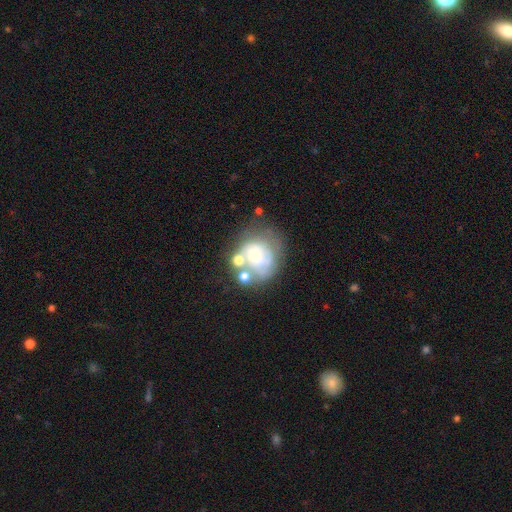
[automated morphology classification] Overall: featured or disk (50%; smooth 38%). Merging: none (37%; major disturbance 22%).